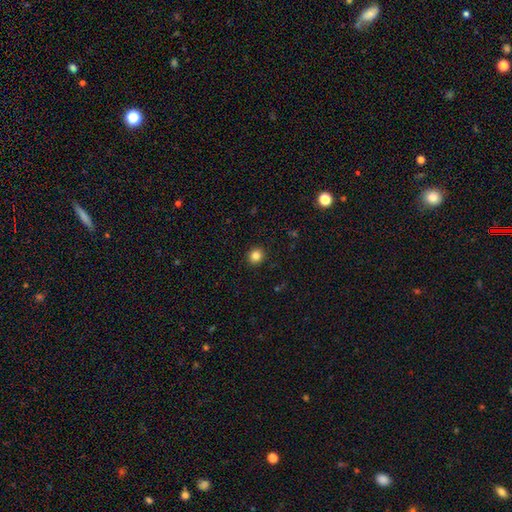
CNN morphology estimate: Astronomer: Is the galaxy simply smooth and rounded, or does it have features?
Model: smooth — 84%.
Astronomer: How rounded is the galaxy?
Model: round — 90%.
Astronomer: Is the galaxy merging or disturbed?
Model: none — 92%.